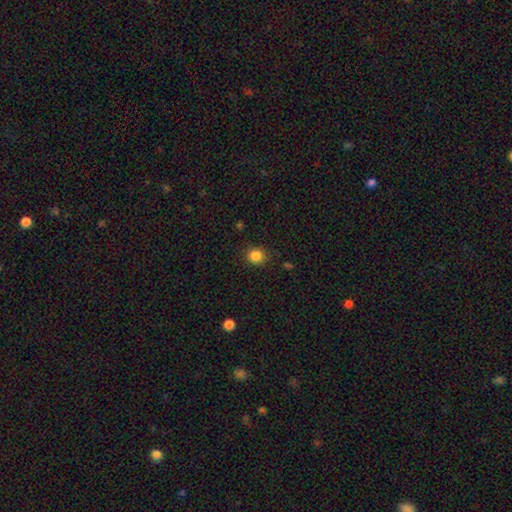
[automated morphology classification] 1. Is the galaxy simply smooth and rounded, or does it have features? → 85% smooth, 12% star or artifact, 4% featured or disk.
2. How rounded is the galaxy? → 85% round, 14% in between, 1% cigar-shaped.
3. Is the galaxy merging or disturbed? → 86% none, 10% minor disturbance, 3% major disturbance, 1% merger.